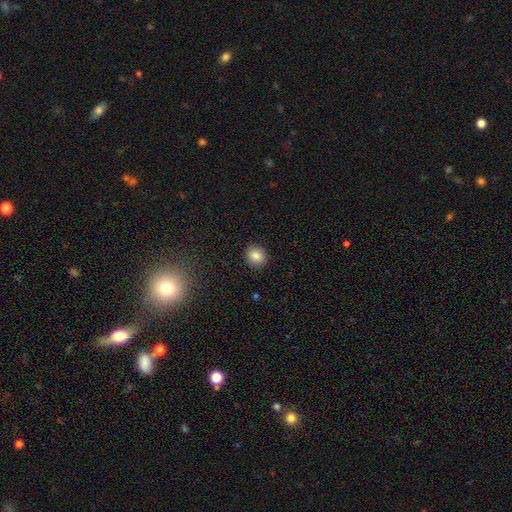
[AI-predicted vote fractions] Smooth or featured? smooth (85%)
How rounded? round (83%)
Merging? none (91%)